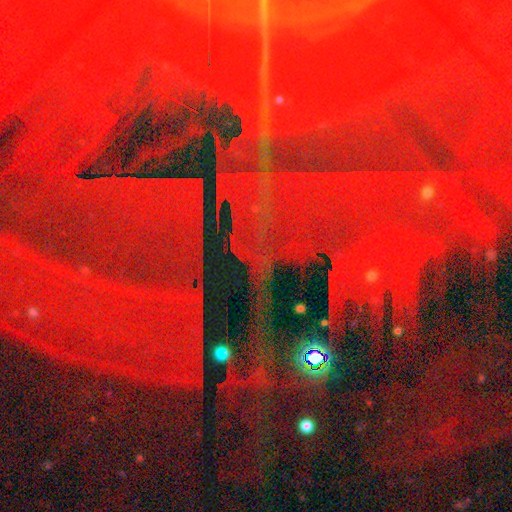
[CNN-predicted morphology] A star or artifact, not a galaxy (88%).

Vote fractions:
- Smooth or featured? star or artifact: 88% / featured or disk: 6% / smooth: 5%